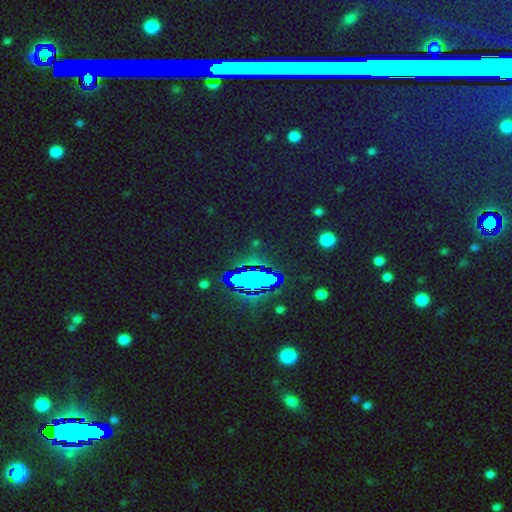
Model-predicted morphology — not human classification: type=star or artifact (81%).